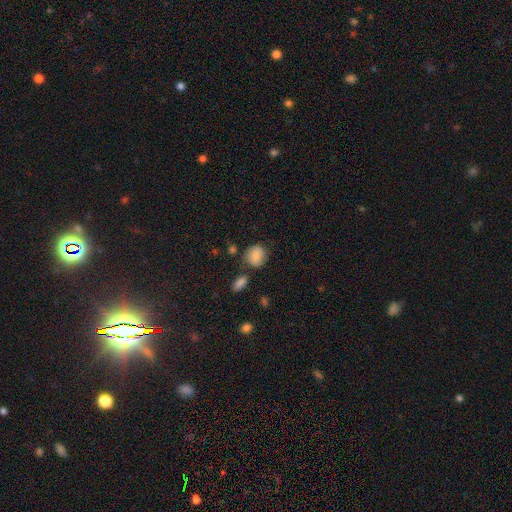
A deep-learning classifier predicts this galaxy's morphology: A smooth galaxy with no disk features (82%) that is round (69%). Merging: none (68%).